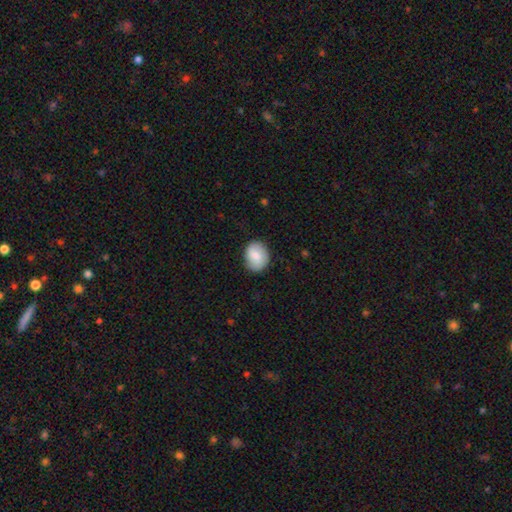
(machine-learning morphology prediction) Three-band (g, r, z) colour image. It shows a smooth galaxy with no disk features (81%) that is in between round and cigar-shaped (50%). Merging: none (81%).